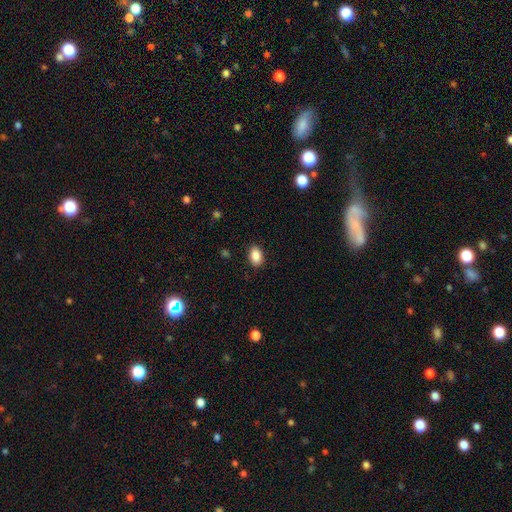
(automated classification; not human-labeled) smooth 88%, star or artifact 8%, featured or disk 4%. Down the decision tree: how rounded — in between (87%); merging — none (89%).